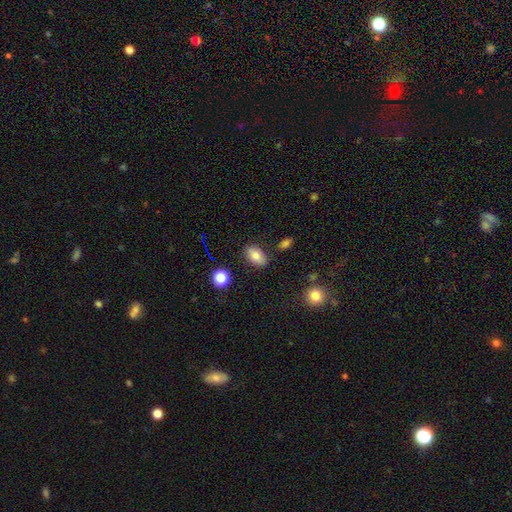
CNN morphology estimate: Smooth or featured? smooth (80%)
How rounded? in between (88%)
Merging? none (82%)